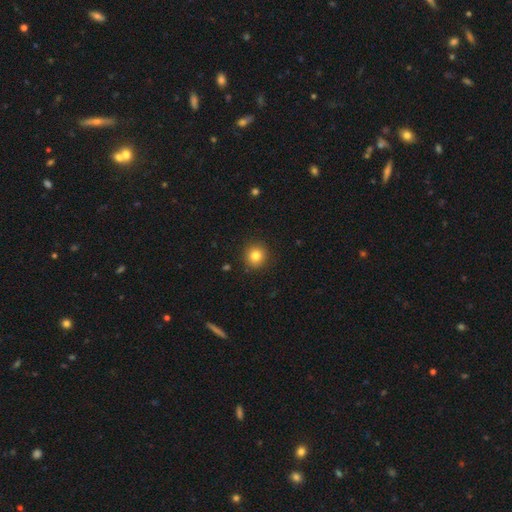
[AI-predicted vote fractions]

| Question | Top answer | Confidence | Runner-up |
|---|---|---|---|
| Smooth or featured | smooth | 82% | star or artifact (11%) |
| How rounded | round | 93% | in between (6%) |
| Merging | none | 91% | minor disturbance (6%) |